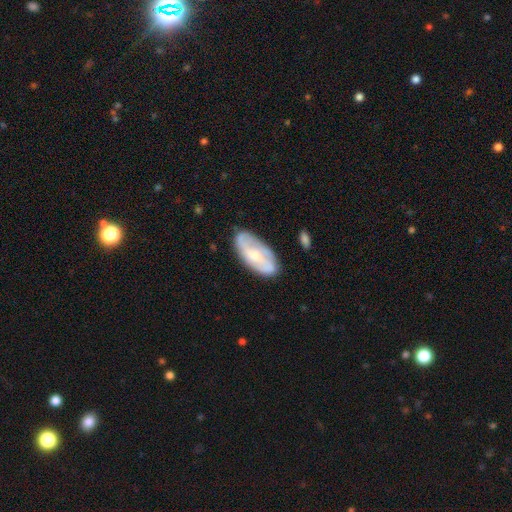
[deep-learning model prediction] Smooth or featured? Predicted: featured or disk (p=0.57). Edge-on disk? Predicted: no (p=0.91). Bar? Predicted: no (p=0.61). Spiral arms? Predicted: yes (p=0.73). Bulge size? Predicted: moderate (p=0.47). Merging? Predicted: none (p=0.73).